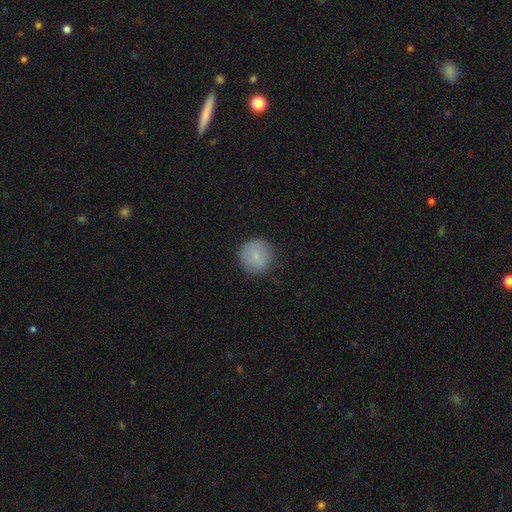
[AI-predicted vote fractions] Morphology: type=smooth (80%); roundness=round (93%); merging=none (83%).